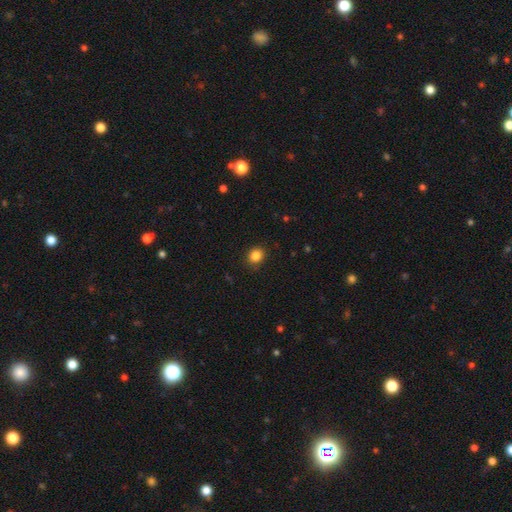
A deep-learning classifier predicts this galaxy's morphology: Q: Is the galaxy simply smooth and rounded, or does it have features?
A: smooth — 85%.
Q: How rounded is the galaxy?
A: round — 73%.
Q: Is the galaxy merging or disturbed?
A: none — 89%.